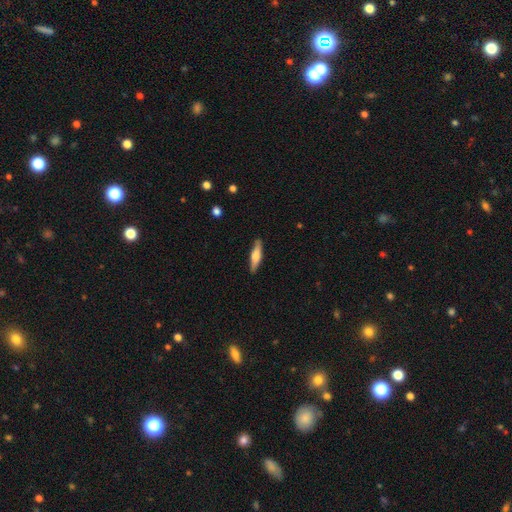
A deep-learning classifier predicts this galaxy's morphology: This is possibly a smooth galaxy (58%). How rounded: likely cigar-shaped (75%). Merging: clearly none (86%).